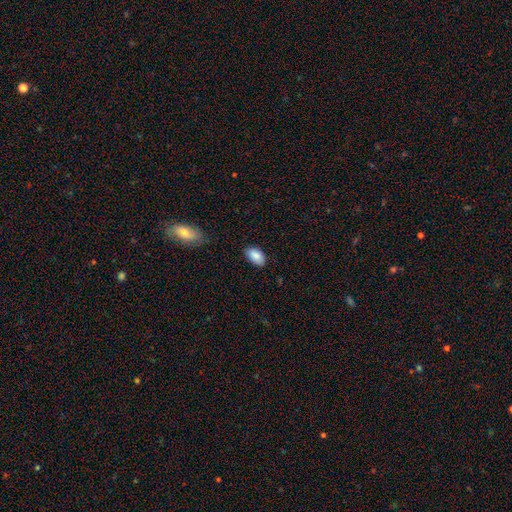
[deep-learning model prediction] The model was most divided on "merging": none: 81%, minor disturbance: 15%, major disturbance: 3%, merger: 1%. More confident: how rounded — in between (94%); smooth or featured — smooth (87%).